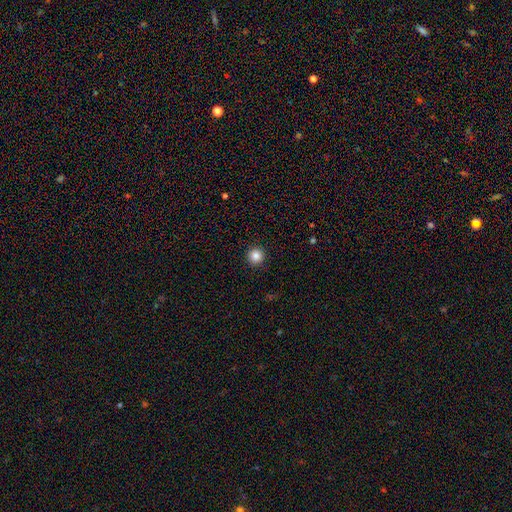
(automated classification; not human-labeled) A smooth galaxy with no disk features (85%) that is round (96%).

Vote fractions:
- Smooth or featured? smooth: 85% / star or artifact: 11% / featured or disk: 4%
- How rounded? round: 96% / in between: 3% / cigar-shaped: 1%
- Merging? none: 93% / minor disturbance: 4% / major disturbance: 2% / merger: 1%